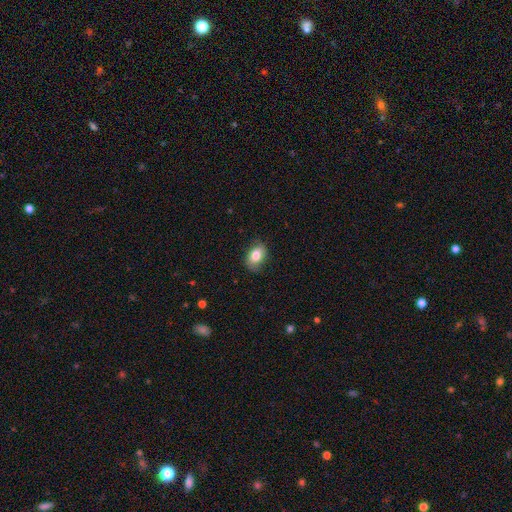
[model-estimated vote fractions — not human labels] Overall: smooth (80%). How rounded: in between (83%). Merging: none (79%).